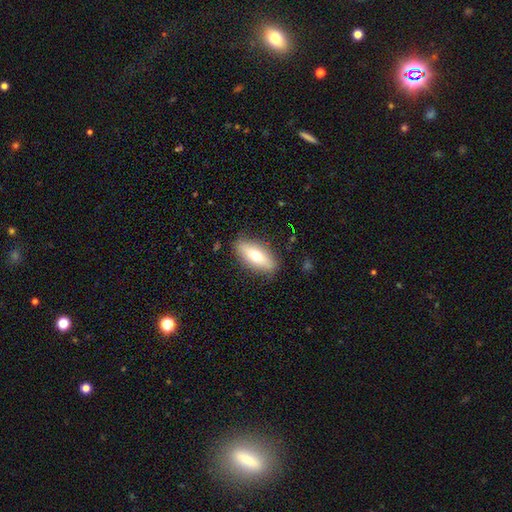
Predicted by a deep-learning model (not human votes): This appears to be a smooth galaxy with no disk features (62%) that is in between round and cigar-shaped (68%). Merging: none (85%).